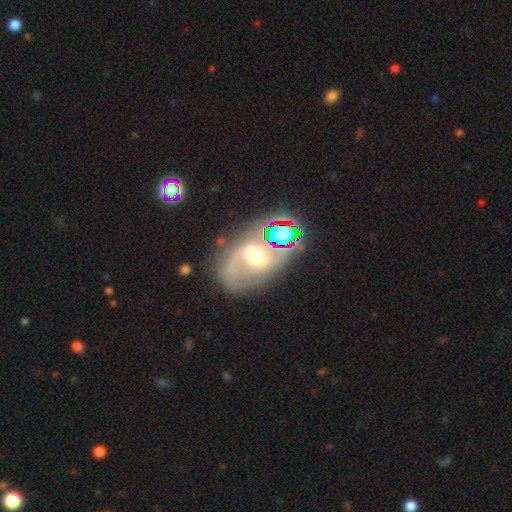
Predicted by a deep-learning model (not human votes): Smooth or featured: featured or disk — 58% (smooth — 25%)
Edge-on disk: no — 95% (yes — 5%)
Bar: no — 44% (weak — 37%)
Spiral arms: yes — 69% (no — 31%)
Bulge size: moderate — 64% (small — 16%)
Merging: none — 49% (major disturbance — 21%)